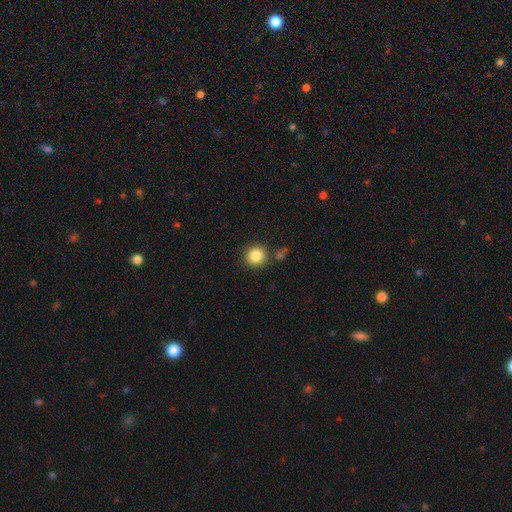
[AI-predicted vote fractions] A smooth galaxy with no disk features (85%) that is round (92%). Merging: none (83%).